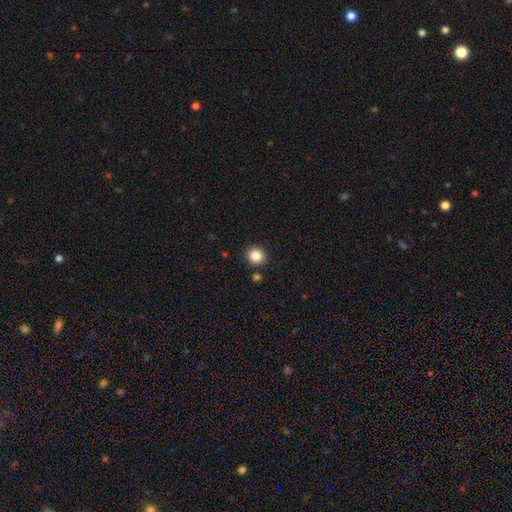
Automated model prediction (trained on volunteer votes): Smooth or featured?
  - smooth: 86% *
  - star or artifact: 10%
  - featured or disk: 4%
How rounded?
  - round: 88% *
  - in between: 11%
  - cigar-shaped: 1%
Merging?
  - none: 89% *
  - minor disturbance: 6%
  - merger: 4%
  - major disturbance: 2%